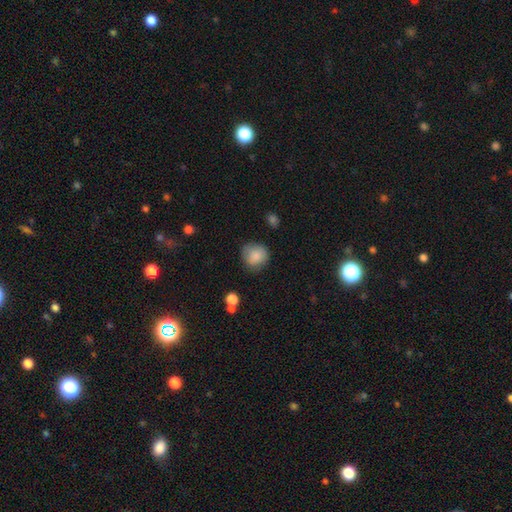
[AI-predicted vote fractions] Smooth or featured?
  - smooth: 85% *
  - star or artifact: 8%
  - featured or disk: 7%
How rounded?
  - round: 87% *
  - in between: 12%
  - cigar-shaped: 1%
Merging?
  - none: 73% *
  - minor disturbance: 20%
  - major disturbance: 5%
  - merger: 2%